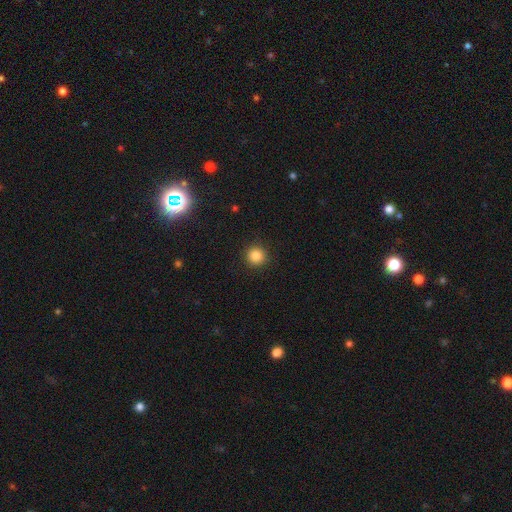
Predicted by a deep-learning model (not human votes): The model was most divided on "smooth or featured": smooth: 85%, star or artifact: 11%, featured or disk: 4%. More confident: how rounded — round (95%); merging — none (92%).